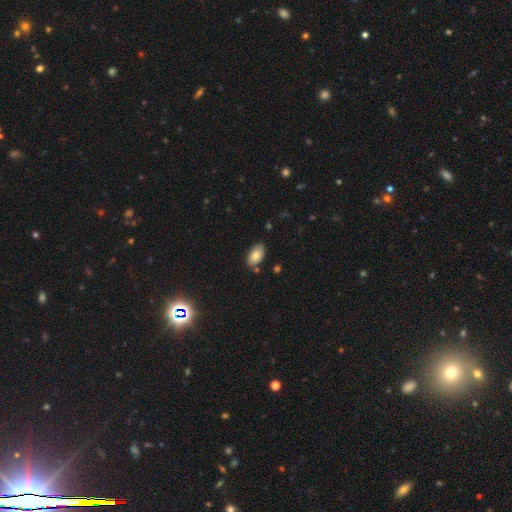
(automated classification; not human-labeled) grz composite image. It shows a smooth galaxy with no disk features (83%) that is in between round and cigar-shaped (94%). Merging: none (79%).